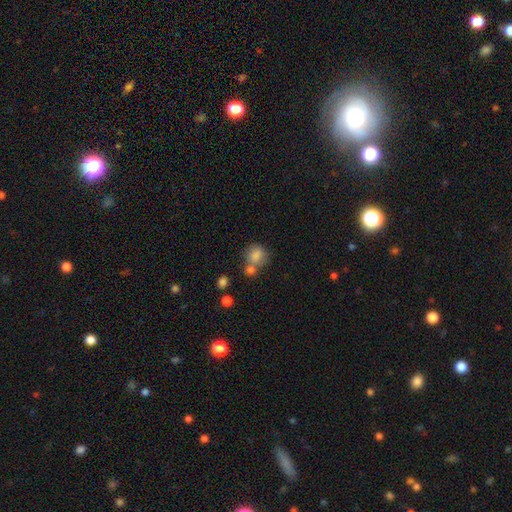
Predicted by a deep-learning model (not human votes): smooth_or_featured: smooth (p=0.82) [alt: star or artifact p=0.10]
how_rounded: round (p=0.76) [alt: in between p=0.23]
merging: none (p=0.48) [alt: merger p=0.33]